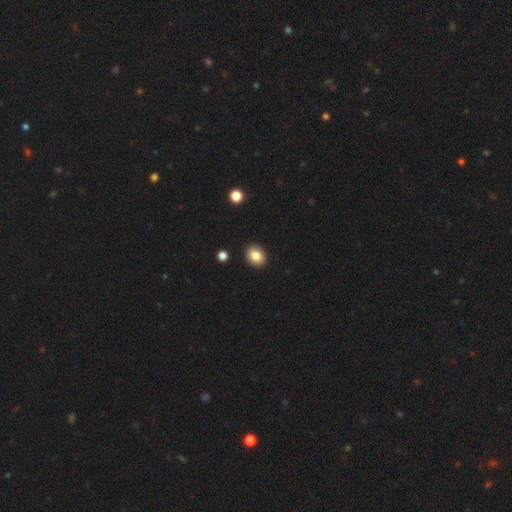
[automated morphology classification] This is clearly a smooth galaxy (85%). How rounded: likely round (63%). Merging: clearly none (91%).